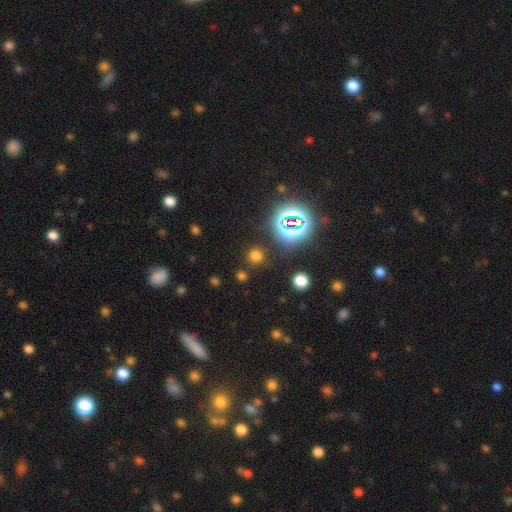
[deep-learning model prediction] Smooth or featured: smooth — 60% (star or artifact — 34%)
How rounded: round — 91% (in between — 8%)
Merging: none — 84% (minor disturbance — 8%)